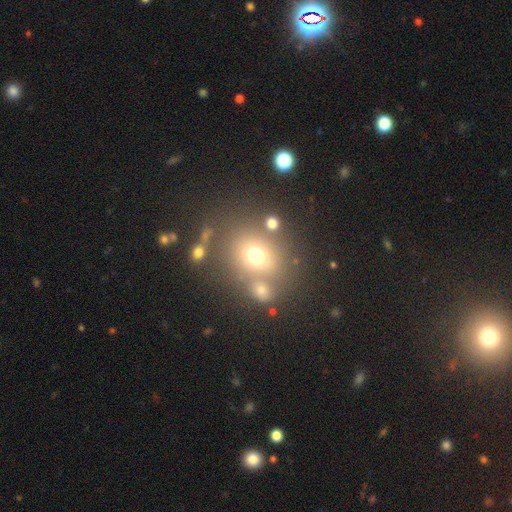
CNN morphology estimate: Smooth or featured?
  - smooth: 67% *
  - star or artifact: 19%
  - featured or disk: 14%
How rounded?
  - round: 70% *
  - in between: 29%
  - cigar-shaped: 1%
Merging?
  - none: 64% *
  - merger: 19%
  - minor disturbance: 12%
  - major disturbance: 6%